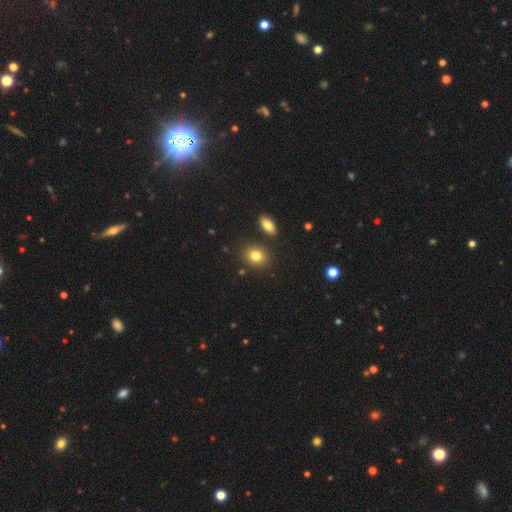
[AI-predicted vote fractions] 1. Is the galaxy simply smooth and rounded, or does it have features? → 80% smooth, 11% star or artifact, 9% featured or disk.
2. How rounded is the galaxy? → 59% round, 40% in between, 1% cigar-shaped.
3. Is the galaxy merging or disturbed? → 81% none, 9% minor disturbance, 7% merger, 3% major disturbance.